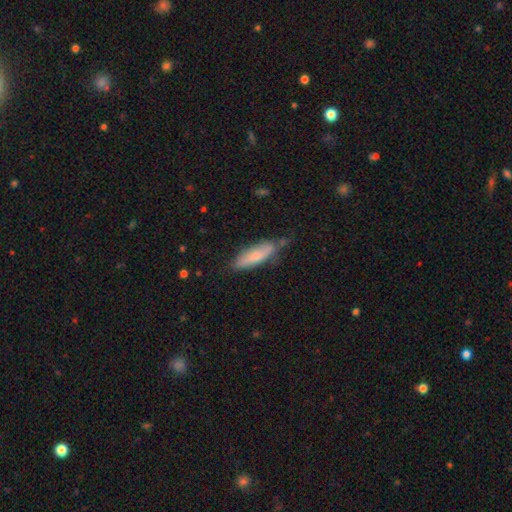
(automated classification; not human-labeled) Smooth or featured: smooth — 68% (featured or disk — 26%)
How rounded: cigar-shaped — 56% (in between — 42%)
Merging: none — 61% (minor disturbance — 28%)